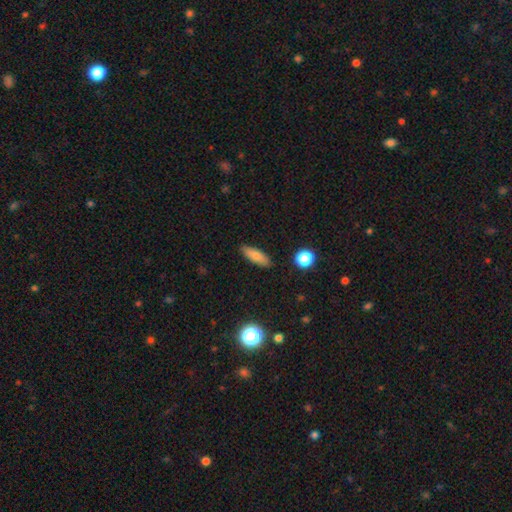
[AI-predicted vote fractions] smooth 78%, featured or disk 14%, star or artifact 9%. Down the decision tree: how rounded — in between (56%); merging — none (87%).